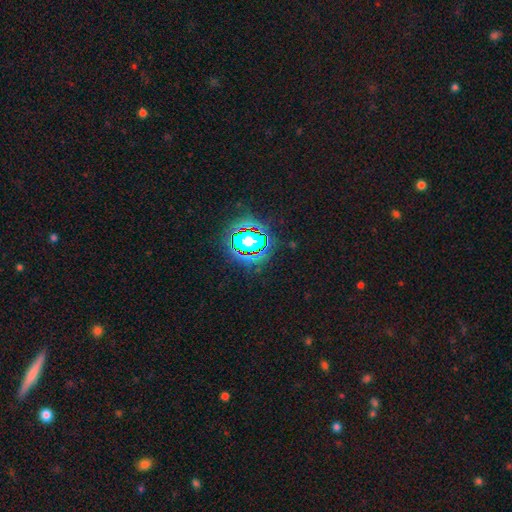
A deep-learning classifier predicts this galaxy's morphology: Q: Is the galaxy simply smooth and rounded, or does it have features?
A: star or artifact — 82%.